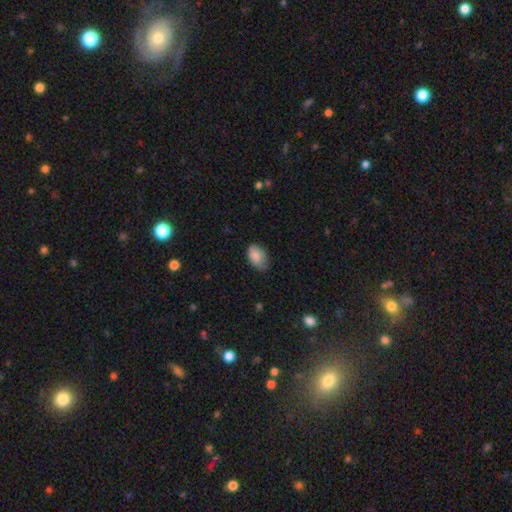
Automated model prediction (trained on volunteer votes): Smooth or featured? Predicted: smooth (p=0.83). How rounded? Predicted: in between (p=0.90). Merging? Predicted: none (p=0.62).